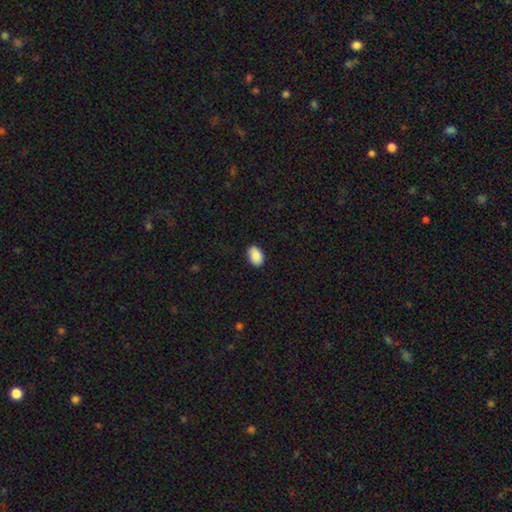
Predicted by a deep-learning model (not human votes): smooth_or_featured: smooth (p=0.90) [alt: star or artifact p=0.07]
how_rounded: in between (p=0.88) [alt: round p=0.11]
merging: none (p=0.88) [alt: minor disturbance p=0.10]